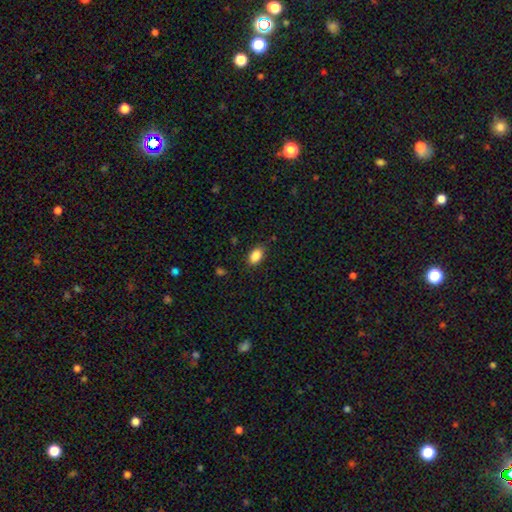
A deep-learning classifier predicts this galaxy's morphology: Smooth or featured?
  - smooth: 88% *
  - star or artifact: 8%
  - featured or disk: 4%
How rounded?
  - in between: 90% *
  - round: 9%
  - cigar-shaped: 2%
Merging?
  - none: 85% *
  - minor disturbance: 12%
  - major disturbance: 3%
  - merger: 1%